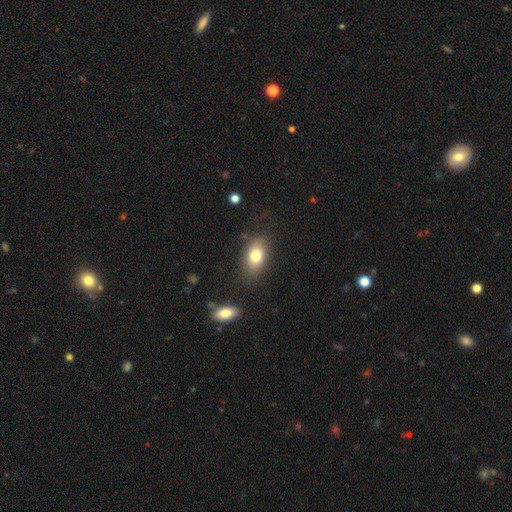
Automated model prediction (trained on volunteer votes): smooth 77%, featured or disk 14%, star or artifact 9%. Down the decision tree: how rounded — in between (86%); merging — none (81%).